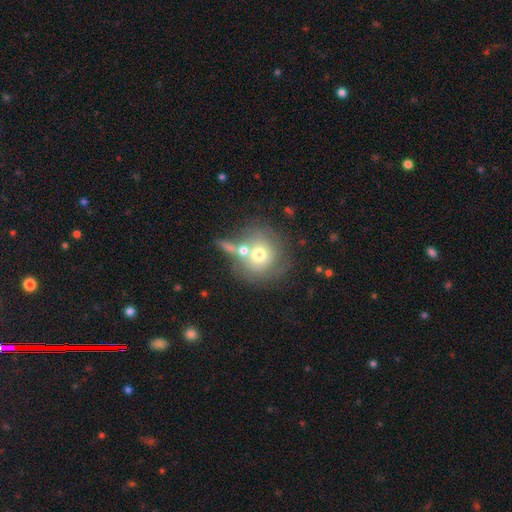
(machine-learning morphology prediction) Smooth or featured?
  - smooth: 63% *
  - featured or disk: 26%
  - star or artifact: 11%
How rounded?
  - round: 91% *
  - in between: 8%
  - cigar-shaped: 1%
Merging?
  - none: 55% *
  - merger: 24%
  - minor disturbance: 14%
  - major disturbance: 7%